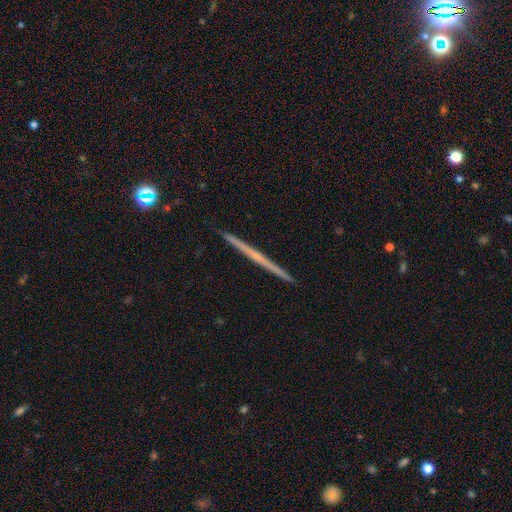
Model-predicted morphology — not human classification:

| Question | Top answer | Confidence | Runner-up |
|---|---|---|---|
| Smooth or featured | featured or disk | 65% | smooth (28%) |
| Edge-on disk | yes | 98% | no (2%) |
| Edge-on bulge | none | 82% | rounded (15%) |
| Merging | none | 93% | minor disturbance (5%) |